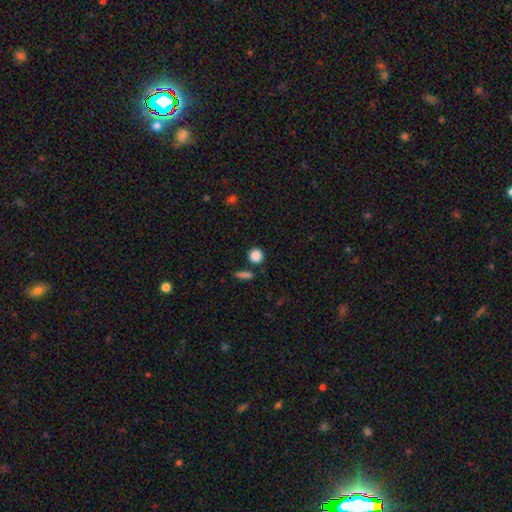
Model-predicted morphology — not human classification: Smooth or featured?
  - smooth: 87% *
  - star or artifact: 10%
  - featured or disk: 4%
How rounded?
  - round: 88% *
  - in between: 10%
  - cigar-shaped: 2%
Merging?
  - none: 82% *
  - minor disturbance: 8%
  - merger: 7%
  - major disturbance: 3%